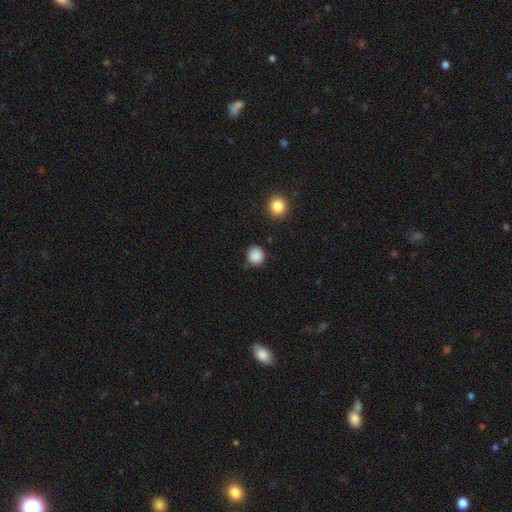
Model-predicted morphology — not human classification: type=smooth (88%); roundness=round (89%); merging=none (83%).